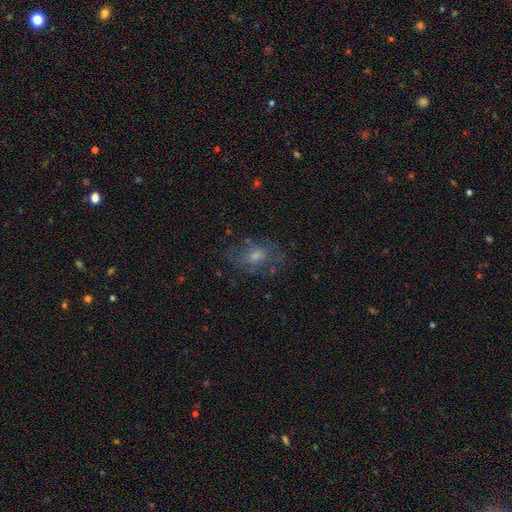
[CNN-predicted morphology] This appears to be a featured or disk galaxy (42%). Merging: none (69%).